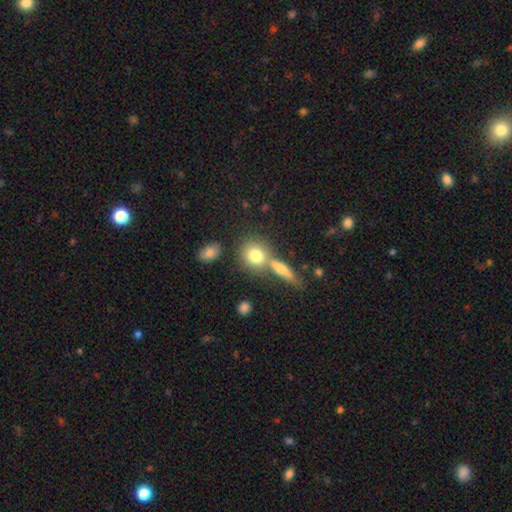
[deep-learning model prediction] Smooth or featured: smooth — 77% (featured or disk — 14%)
How rounded: round — 74% (in between — 23%)
Merging: none — 54% (merger — 32%)